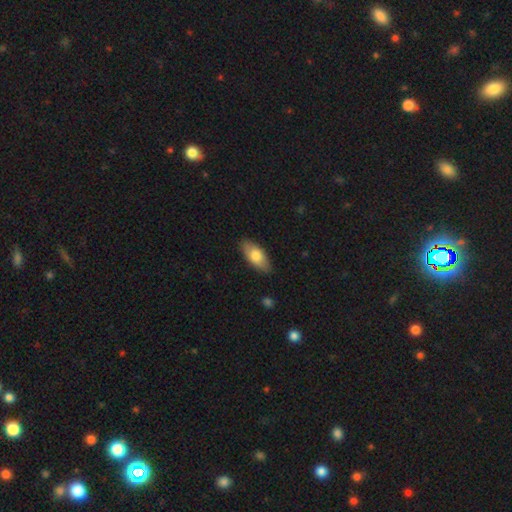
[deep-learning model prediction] Smooth or featured?
  - smooth: 75% *
  - featured or disk: 19%
  - star or artifact: 6%
How rounded?
  - in between: 87% *
  - cigar-shaped: 11%
  - round: 3%
Merging?
  - none: 86% *
  - minor disturbance: 11%
  - major disturbance: 2%
  - merger: 1%